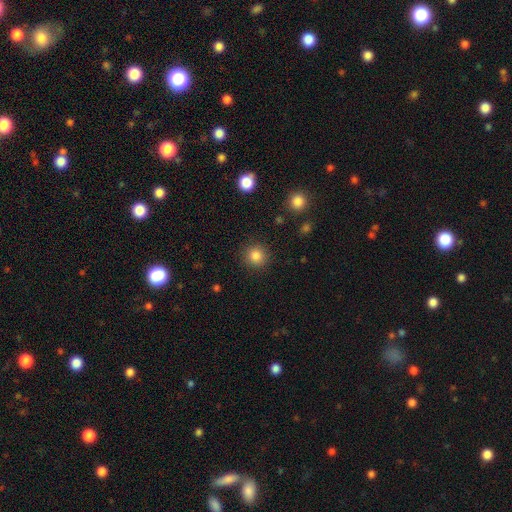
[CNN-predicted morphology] A smooth galaxy with no disk features (85%) that is round (93%).

Vote fractions:
- Smooth or featured? smooth: 85% / star or artifact: 11% / featured or disk: 4%
- How rounded? round: 93% / in between: 6% / cigar-shaped: 1%
- Merging? none: 90% / minor disturbance: 6% / major disturbance: 3% / merger: 1%